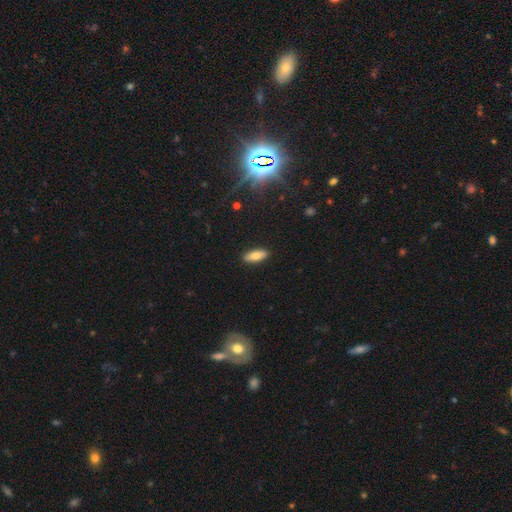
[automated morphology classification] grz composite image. It shows a smooth galaxy with no disk features (79%) that is in between round and cigar-shaped (72%). Merging: none (90%).